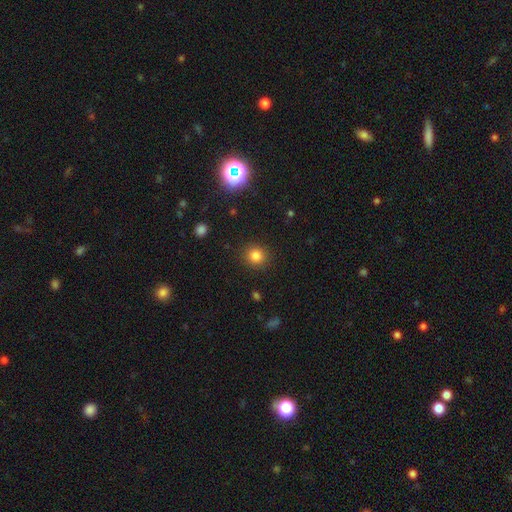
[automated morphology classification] Smooth or featured? smooth (82%)
How rounded? round (89%)
Merging? none (90%)